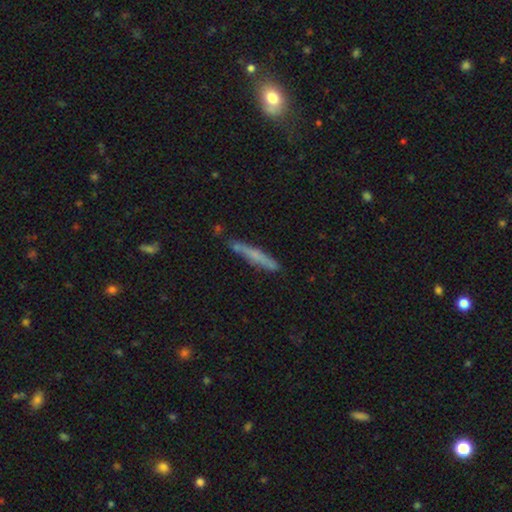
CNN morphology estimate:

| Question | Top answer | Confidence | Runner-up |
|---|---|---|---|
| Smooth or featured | smooth | 58% | featured or disk (35%) |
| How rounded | cigar-shaped | 95% | in between (3%) |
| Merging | none | 79% | minor disturbance (14%) |